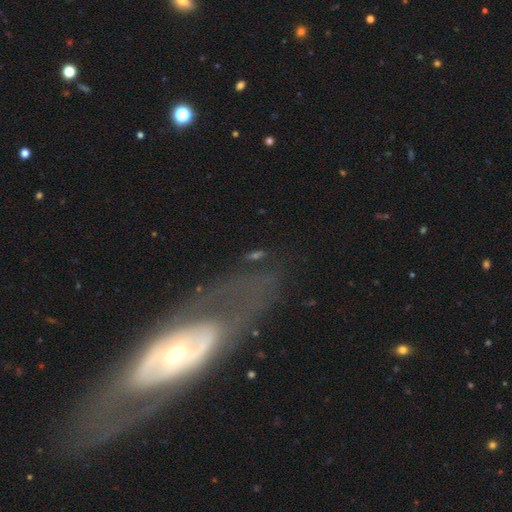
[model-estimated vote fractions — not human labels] featured or disk 44%, smooth 30%, star or artifact 26%. Down the decision tree: merging — none (59%).